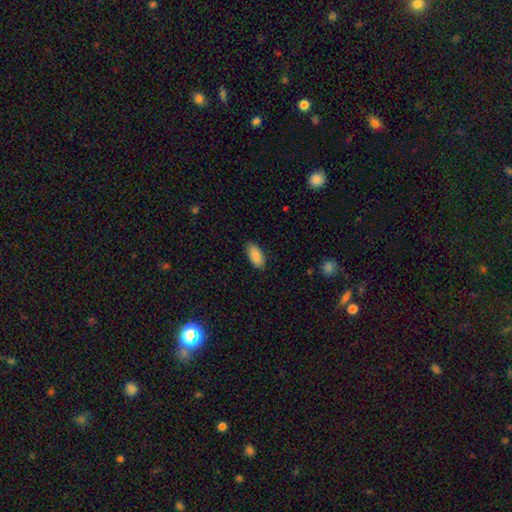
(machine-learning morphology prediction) smooth_or_featured: smooth (p=0.88) [alt: star or artifact p=0.06]
how_rounded: in between (p=0.91) [alt: cigar-shaped p=0.07]
merging: none (p=0.86) [alt: minor disturbance p=0.11]